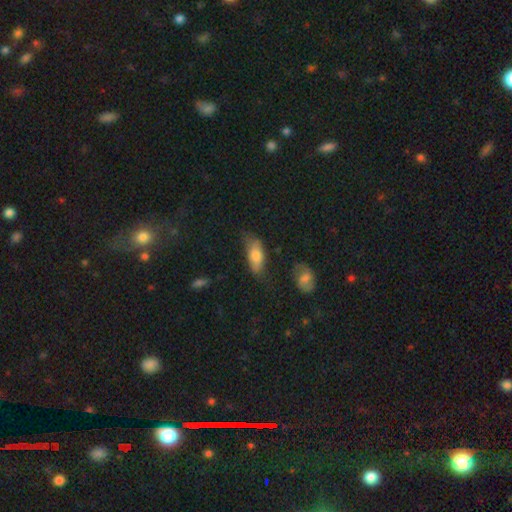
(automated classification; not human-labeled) This appears to be a smooth galaxy with no disk features (70%) that is in between round and cigar-shaped (80%). Merging: none (54%).